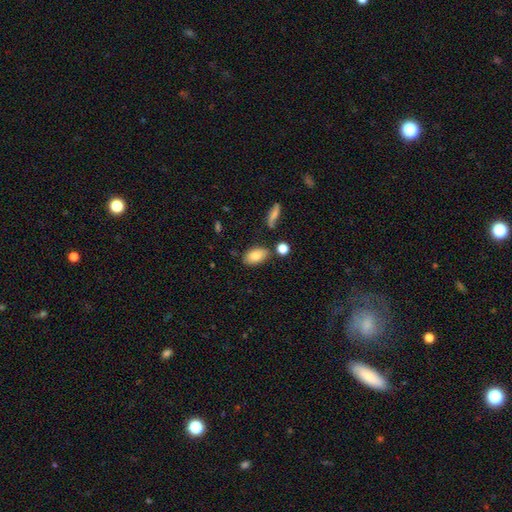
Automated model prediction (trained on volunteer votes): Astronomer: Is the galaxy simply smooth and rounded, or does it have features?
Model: smooth — 81%.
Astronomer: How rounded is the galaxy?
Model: in between — 91%.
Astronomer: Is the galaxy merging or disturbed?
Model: none — 77%.